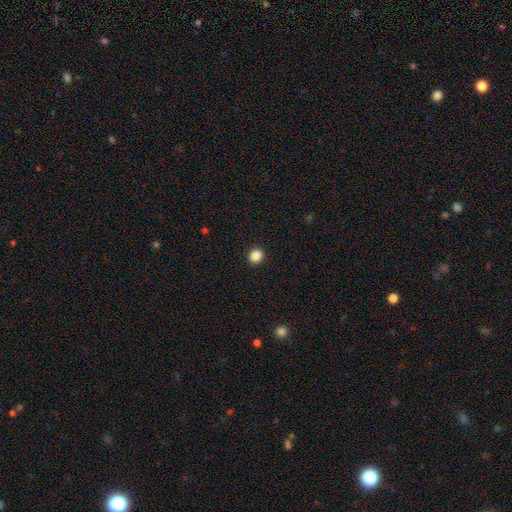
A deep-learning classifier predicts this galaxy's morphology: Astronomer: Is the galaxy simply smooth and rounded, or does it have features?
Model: smooth — 87%.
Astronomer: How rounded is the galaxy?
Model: round — 77%.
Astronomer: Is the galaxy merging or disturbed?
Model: none — 93%.